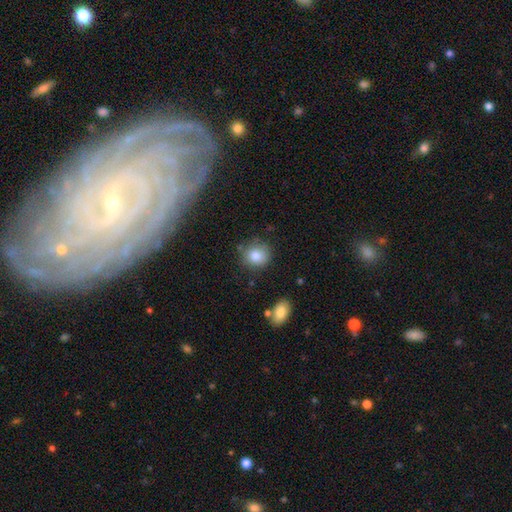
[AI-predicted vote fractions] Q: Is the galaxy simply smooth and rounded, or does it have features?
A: smooth — 83%.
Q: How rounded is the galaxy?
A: round — 80%.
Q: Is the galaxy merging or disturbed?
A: none — 77%.